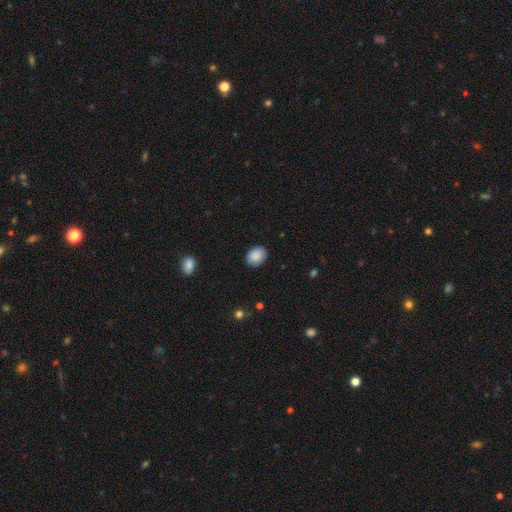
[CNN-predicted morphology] Q: Smooth or featured?
A: smooth (88%); runner-up: star or artifact (7%)
Q: How rounded?
A: in between (61%); runner-up: round (38%)
Q: Merging?
A: none (86%); runner-up: minor disturbance (11%)